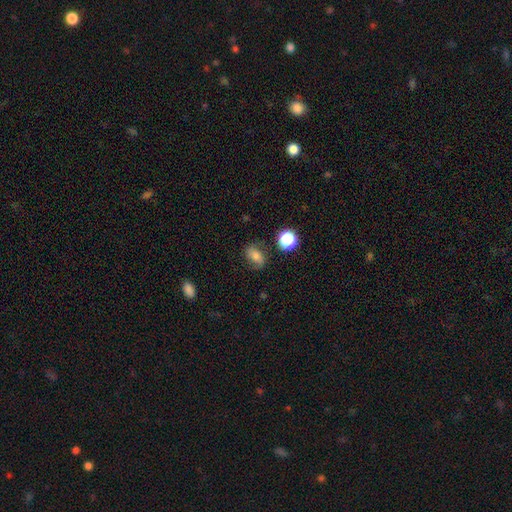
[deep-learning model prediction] smooth 56%, featured or disk 29%, star or artifact 15%. Down the decision tree: how rounded — in between (72%); merging — none (70%).